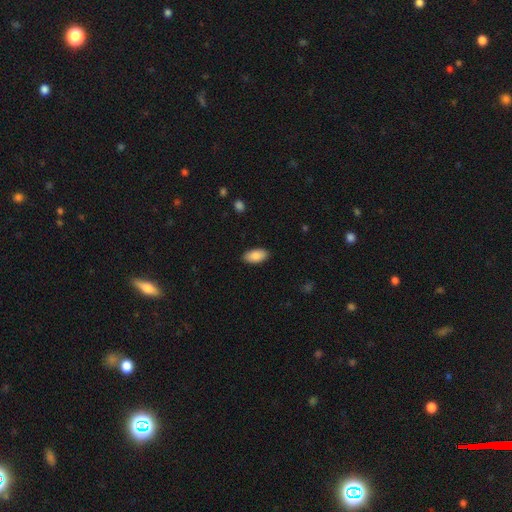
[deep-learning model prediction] Smooth or featured? smooth (89%)
How rounded? in between (95%)
Merging? none (88%)